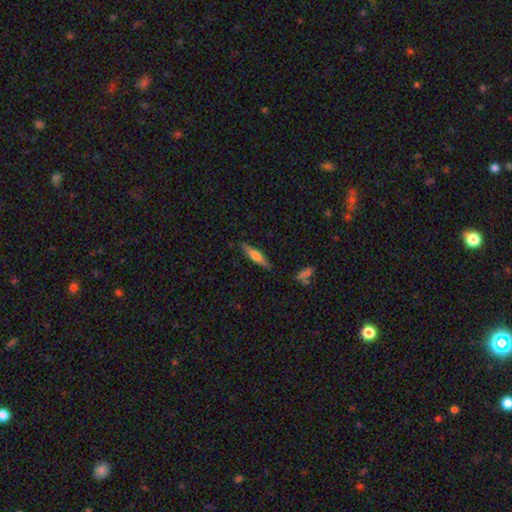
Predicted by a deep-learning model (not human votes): A smooth galaxy with no disk features (59%) that is cigar-shaped (80%).

Vote fractions:
- Smooth or featured? smooth: 59% / featured or disk: 35% / star or artifact: 6%
- How rounded? cigar-shaped: 80% / in between: 18% / round: 2%
- Merging? none: 85% / minor disturbance: 11% / major disturbance: 2% / merger: 2%